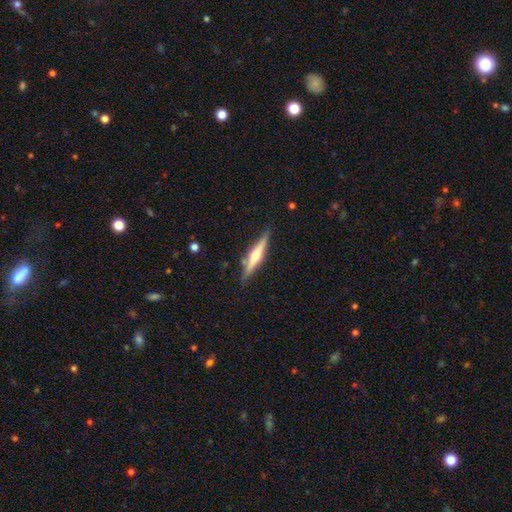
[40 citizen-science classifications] This is clearly a featured or disk galaxy (88%). It is clearly viewed edge-on (100%). Edge-on bulge: clearly rounded (91%). Merging: clearly none (88%).